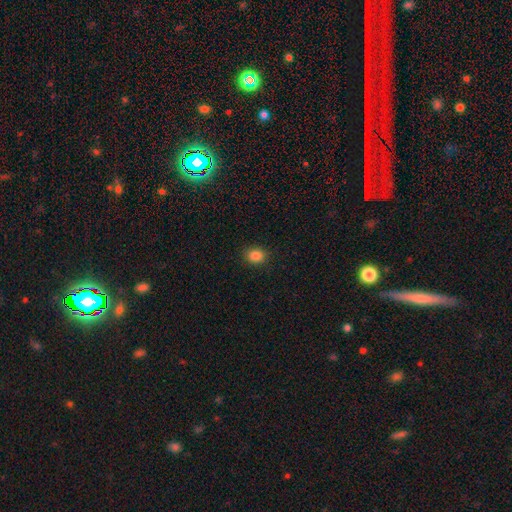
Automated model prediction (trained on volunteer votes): This appears to be a smooth galaxy with no disk features (85%) that is round (56%). Merging: none (89%).